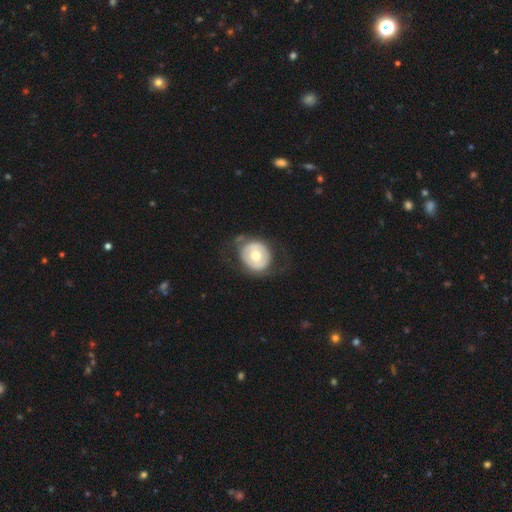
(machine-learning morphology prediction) Smooth or featured? smooth (49%)
Merging? none (67%)